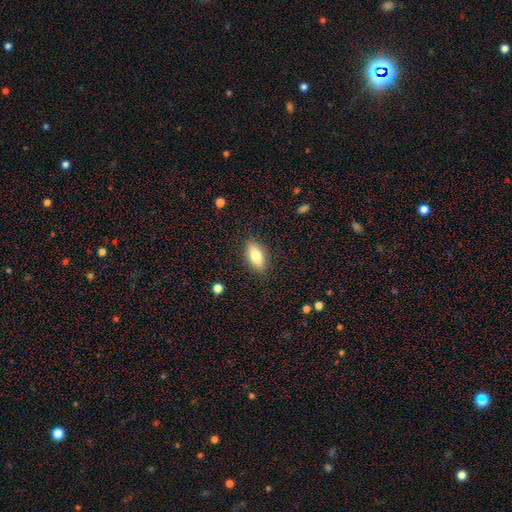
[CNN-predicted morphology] Q: Smooth or featured?
A: smooth (78%); runner-up: featured or disk (15%)
Q: How rounded?
A: in between (84%); runner-up: cigar-shaped (12%)
Q: Merging?
A: none (86%); runner-up: minor disturbance (10%)